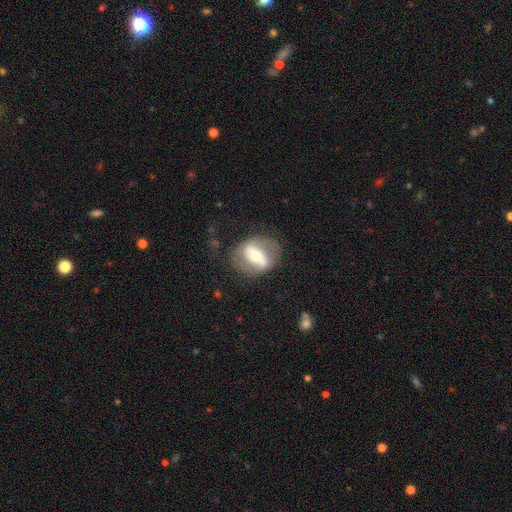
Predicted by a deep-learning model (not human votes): The model was most divided on "bulge size": moderate: 52%, small: 29%, large: 15%, dominant: 3%, none: 2%. More confident: edge-on disk — no (93%); smooth or featured — featured or disk (67%); merging — none (67%); spiral arms — yes (64%); bar — strong (57%).